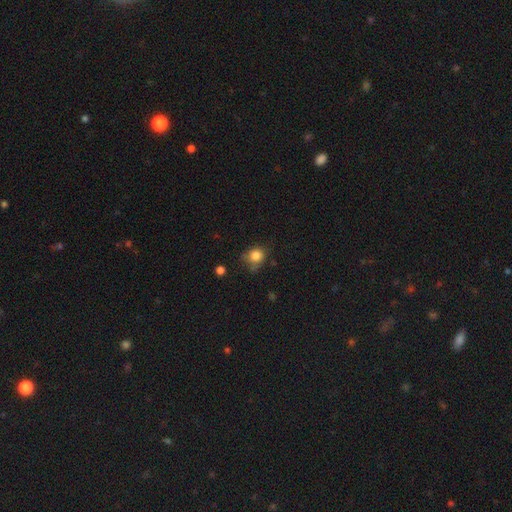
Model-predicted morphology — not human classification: smooth-or-featured: smooth: 82% | star or artifact: 11% | featured or disk: 8%
  how-rounded: round: 76% | in between: 23% | cigar-shaped: 1%
  merging: none: 55% | minor disturbance: 31% | major disturbance: 10% | merger: 4%